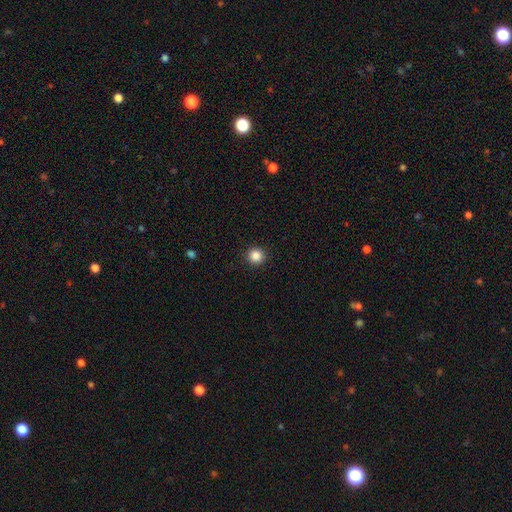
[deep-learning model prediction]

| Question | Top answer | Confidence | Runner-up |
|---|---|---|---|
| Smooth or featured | smooth | 87% | star or artifact (10%) |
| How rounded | round | 94% | in between (5%) |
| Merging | none | 92% | minor disturbance (5%) |